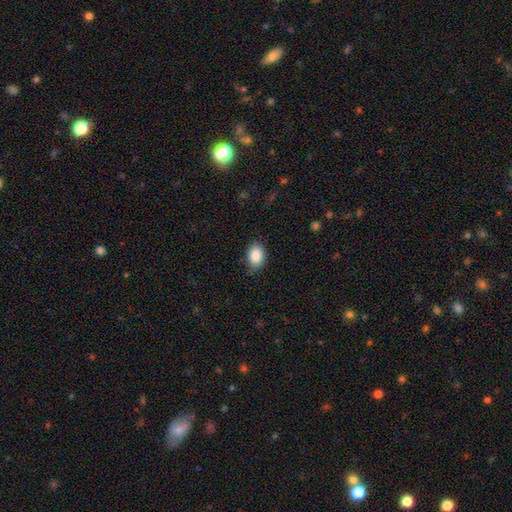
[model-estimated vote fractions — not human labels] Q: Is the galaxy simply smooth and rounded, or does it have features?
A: smooth — 88%.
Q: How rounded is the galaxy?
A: in between — 79%.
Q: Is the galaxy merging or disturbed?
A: none — 79%.